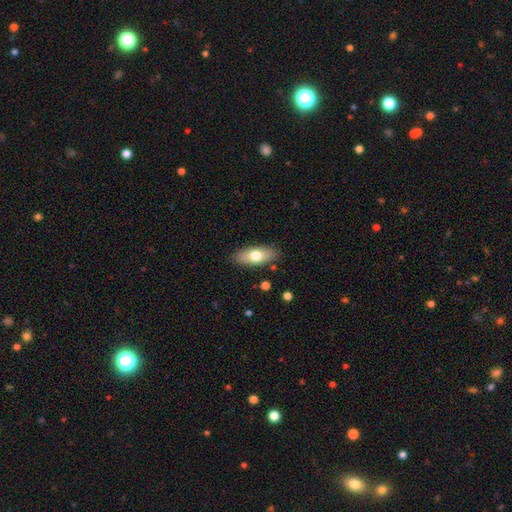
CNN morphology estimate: smooth_or_featured: smooth (p=0.70) [alt: featured or disk p=0.24]
how_rounded: in between (p=0.81) [alt: cigar-shaped p=0.16]
merging: none (p=0.86) [alt: minor disturbance p=0.10]